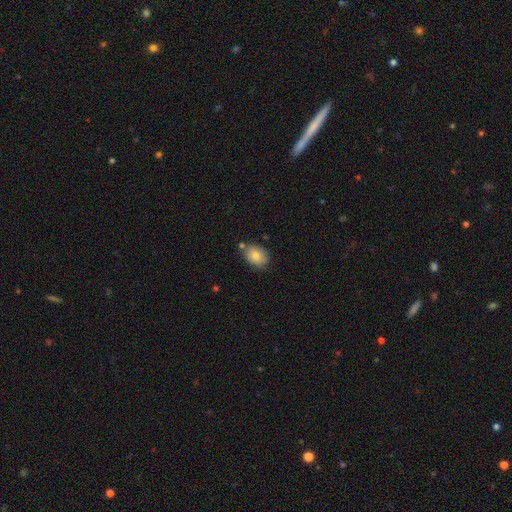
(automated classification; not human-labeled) smooth_or_featured: smooth (p=0.81) [alt: featured or disk p=0.11]
how_rounded: in between (p=0.71) [alt: round p=0.28]
merging: none (p=0.73) [alt: minor disturbance p=0.16]